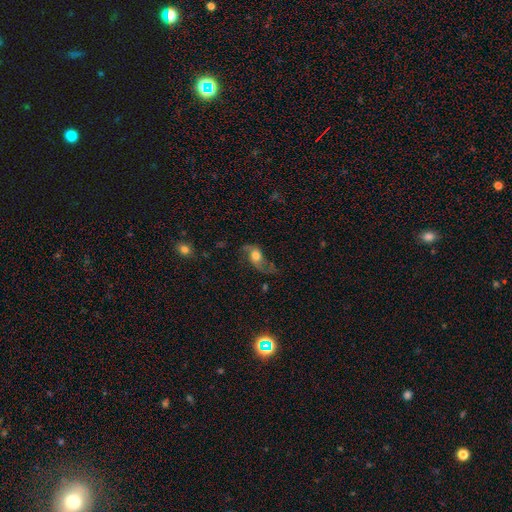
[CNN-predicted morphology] smooth-or-featured: featured or disk: 56% | smooth: 35% | star or artifact: 10%
  disk-edge-on: no: 91% | yes: 9%
    bar: no: 73% | weak: 21% | strong: 5%
    has-spiral-arms: yes: 84% | no: 16%
    bulge-size: moderate: 48% | large: 35% | small: 9% | dominant: 5% | none: 2%
  merging: none: 46% | major disturbance: 27% | minor disturbance: 24% | merger: 3%